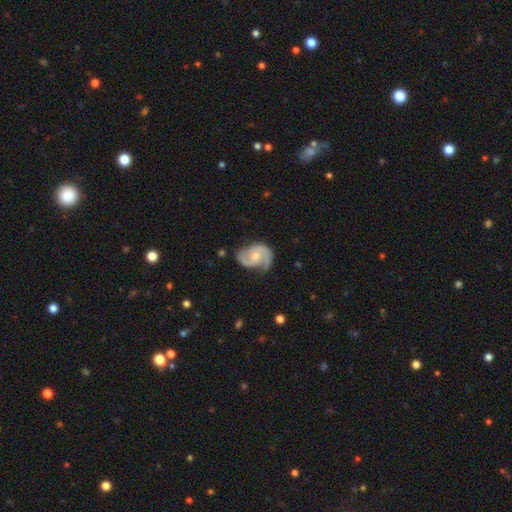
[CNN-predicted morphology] Smooth or featured?
  - featured or disk: 87% *
  - smooth: 9%
  - star or artifact: 5%
Edge-on disk?
  - no: 98% *
  - yes: 2%
Bar?
  - no: 62% *
  - weak: 32%
  - strong: 5%
Spiral arms?
  - yes: 97% *
  - no: 3%
Spiral winding?
  - medium: 54% *
  - tight: 28%
  - loose: 18%
Spiral arm count?
  - 2: 91% *
  - can't tell: 3%
  - 1: 2%
  - 3: 2%
  - 4: 1%
  - more than 4: 1%
Bulge size?
  - moderate: 48% *
  - small: 43%
  - none: 5%
  - large: 3%
  - dominant: 1%
Merging?
  - none: 71% *
  - minor disturbance: 21%
  - major disturbance: 7%
  - merger: 2%